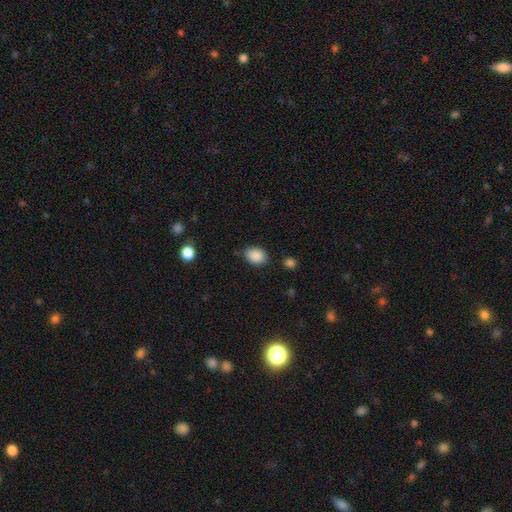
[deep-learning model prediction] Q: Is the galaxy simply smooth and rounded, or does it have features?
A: smooth — 88%.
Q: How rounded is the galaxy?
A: in between — 68%.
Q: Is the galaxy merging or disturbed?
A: none — 76%.